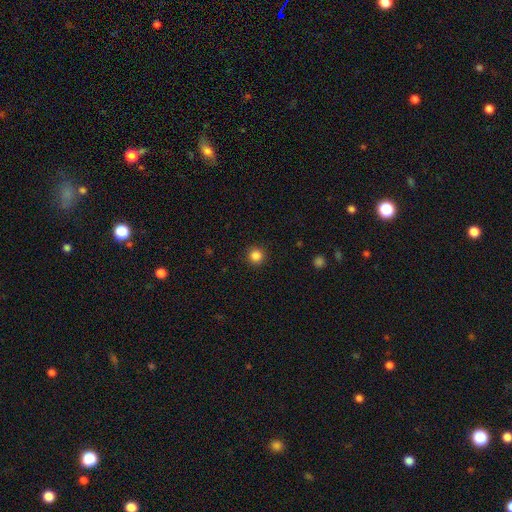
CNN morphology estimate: This is clearly a smooth galaxy (85%). How rounded: clearly round (96%). Merging: clearly none (93%).